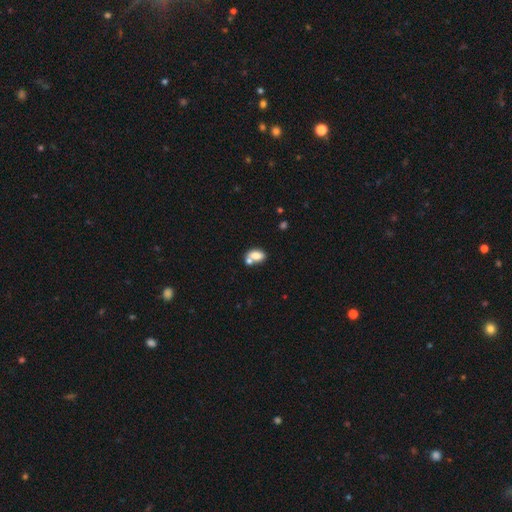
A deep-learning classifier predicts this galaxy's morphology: This appears to be a smooth galaxy with no disk features (77%) that is in between round and cigar-shaped (85%). Merging: merger (45%).